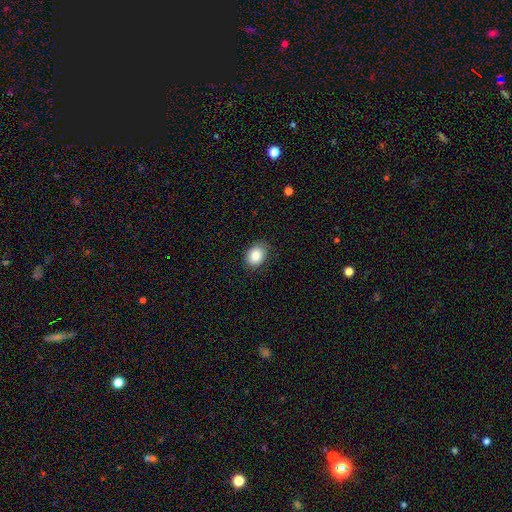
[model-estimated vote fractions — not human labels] Smooth or featured? smooth (86%)
How rounded? in between (57%)
Merging? none (82%)